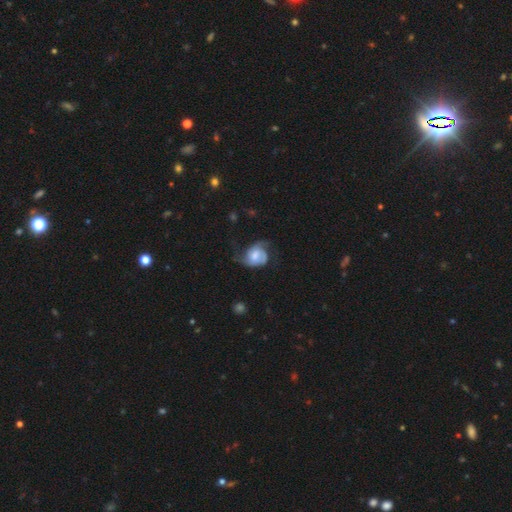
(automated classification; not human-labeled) Q: Smooth or featured?
A: featured or disk (64%); runner-up: smooth (30%)
Q: Edge-on disk?
A: no (97%); runner-up: yes (3%)
Q: Bar?
A: no (64%); runner-up: weak (30%)
Q: Spiral arms?
A: yes (90%); runner-up: no (10%)
Q: Spiral winding?
A: medium (41%); runner-up: loose (31%)
Q: Spiral arm count?
A: 2 (63%); runner-up: 1 (12%)
Q: Bulge size?
A: moderate (43%); runner-up: small (24%)
Q: Merging?
A: none (42%); runner-up: major disturbance (28%)